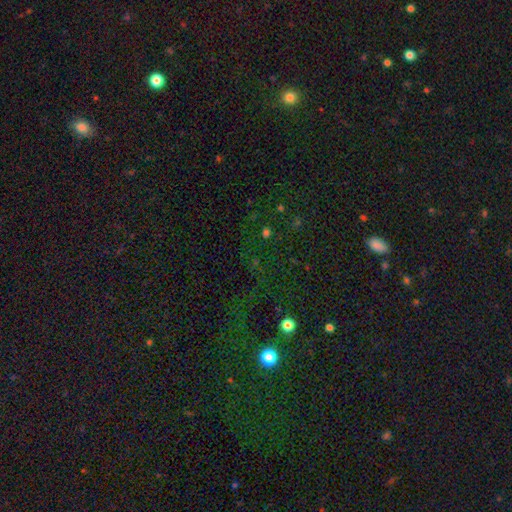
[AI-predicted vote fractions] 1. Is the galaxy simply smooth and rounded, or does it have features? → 71% star or artifact, 20% smooth, 9% featured or disk.